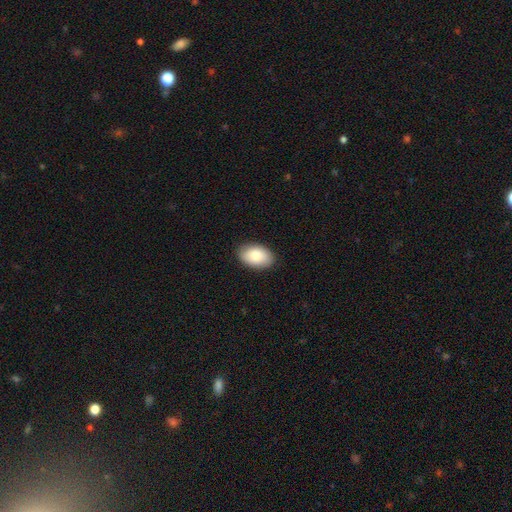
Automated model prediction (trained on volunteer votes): Overall: smooth (83%). How rounded: in between (91%). Merging: none (88%).